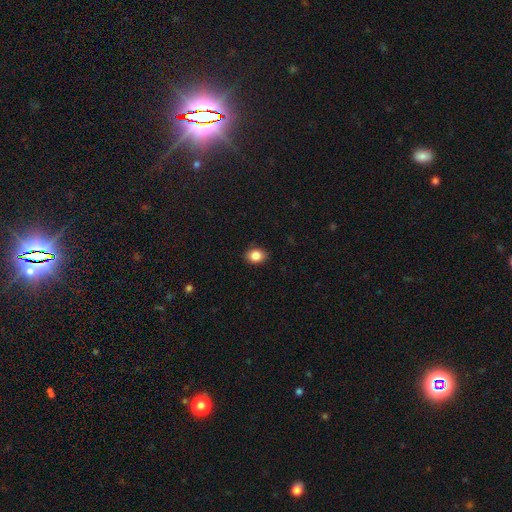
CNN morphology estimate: smooth-or-featured: smooth: 86% | star or artifact: 9% | featured or disk: 5%
  how-rounded: in between: 53% | round: 46% | cigar-shaped: 1%
  merging: none: 87% | minor disturbance: 10% | major disturbance: 2% | merger: 1%